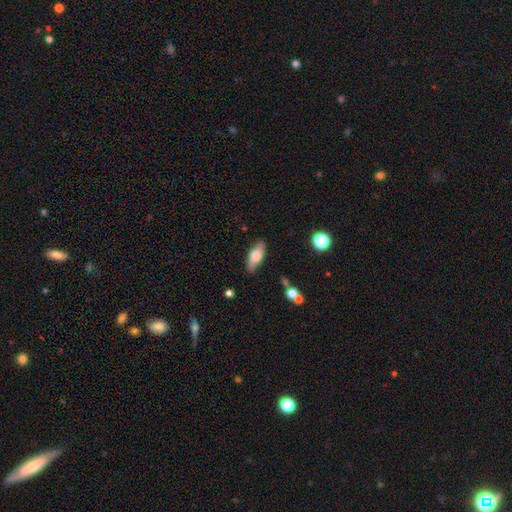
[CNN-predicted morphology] smooth-or-featured: smooth: 71% | featured or disk: 22% | star or artifact: 7%
  how-rounded: in between: 78% | cigar-shaped: 19% | round: 3%
  merging: none: 84% | minor disturbance: 12% | major disturbance: 2% | merger: 2%